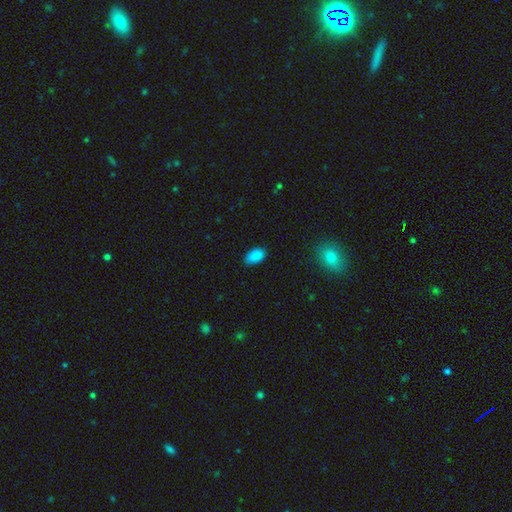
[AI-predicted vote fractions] smooth 88%, star or artifact 9%, featured or disk 3%. Down the decision tree: how rounded — in between (93%); merging — none (81%).